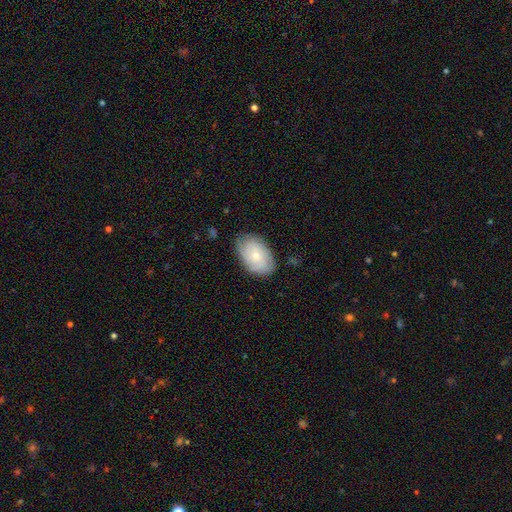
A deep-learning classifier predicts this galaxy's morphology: type=smooth (49%); merging=none (73%).